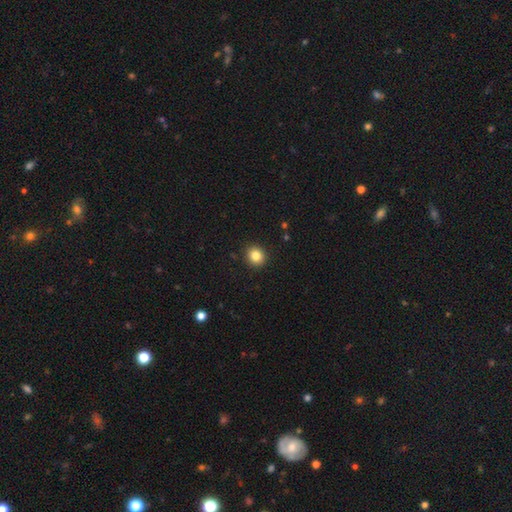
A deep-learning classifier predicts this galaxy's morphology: Smooth or featured? Predicted: smooth (p=0.84). How rounded? Predicted: round (p=0.84). Merging? Predicted: none (p=0.92).